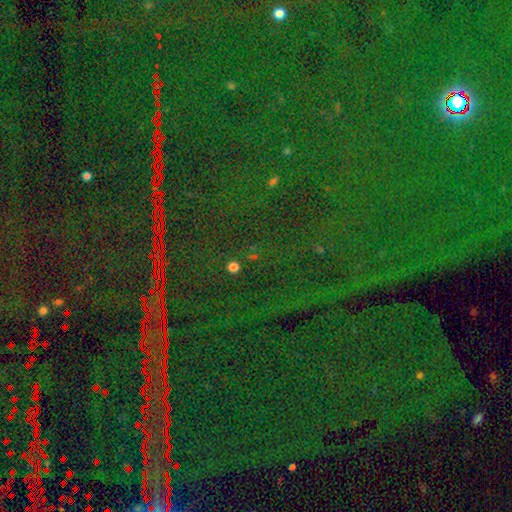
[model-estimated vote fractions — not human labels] A star or artifact, not a galaxy (87%).